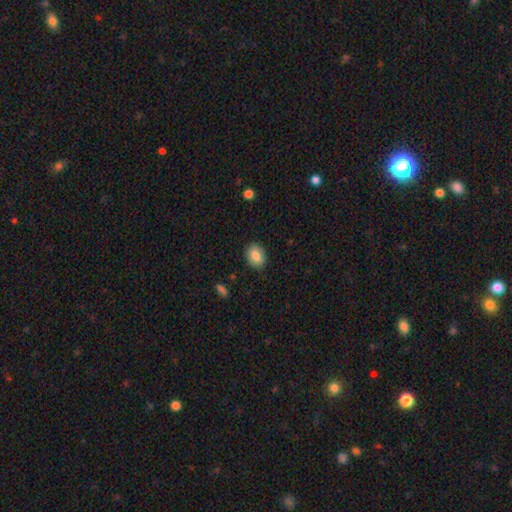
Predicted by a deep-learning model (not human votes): smooth-or-featured: smooth: 85% | star or artifact: 8% | featured or disk: 8%
  how-rounded: in between: 70% | round: 29% | cigar-shaped: 1%
  merging: none: 87% | minor disturbance: 10% | major disturbance: 2% | merger: 1%